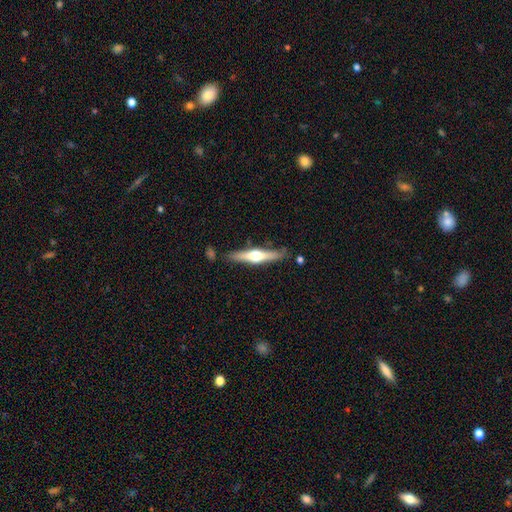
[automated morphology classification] Overall: featured or disk (67%; smooth 28%). Edge-on disk: yes (97%). Edge-on bulge: rounded (95%). Merging: none (83%).